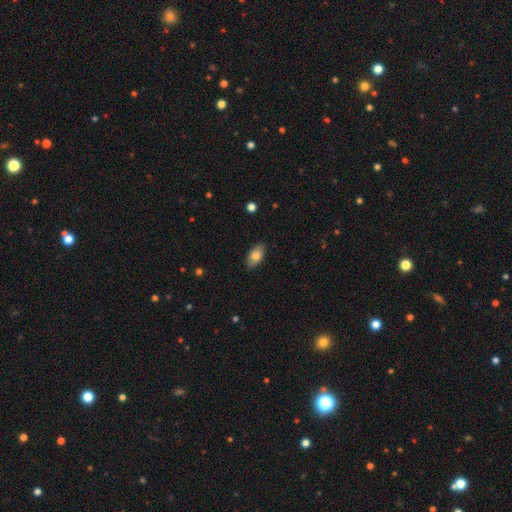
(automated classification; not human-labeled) Smooth or featured: smooth — 78% (featured or disk — 15%)
How rounded: in between — 92% (round — 5%)
Merging: none — 86% (minor disturbance — 11%)